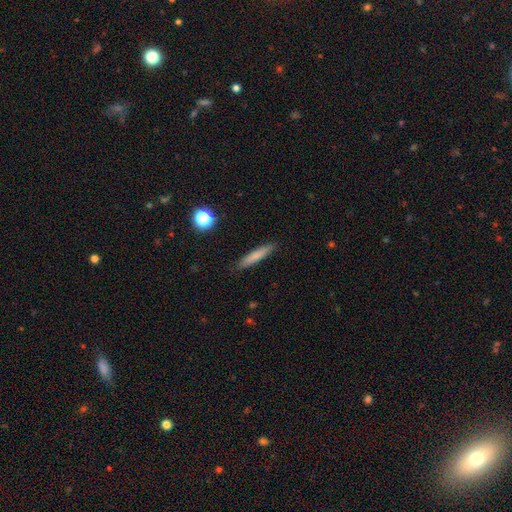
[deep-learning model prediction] A smooth galaxy with no disk features (75%) that is cigar-shaped (91%). Merging: none (89%).